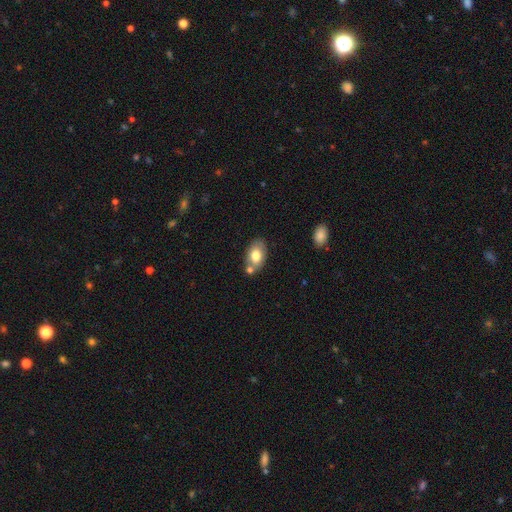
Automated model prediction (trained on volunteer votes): smooth-or-featured: smooth: 75% | featured or disk: 17% | star or artifact: 7%
  how-rounded: in between: 88% | round: 11% | cigar-shaped: 1%
  merging: none: 61% | merger: 19% | minor disturbance: 16% | major disturbance: 4%